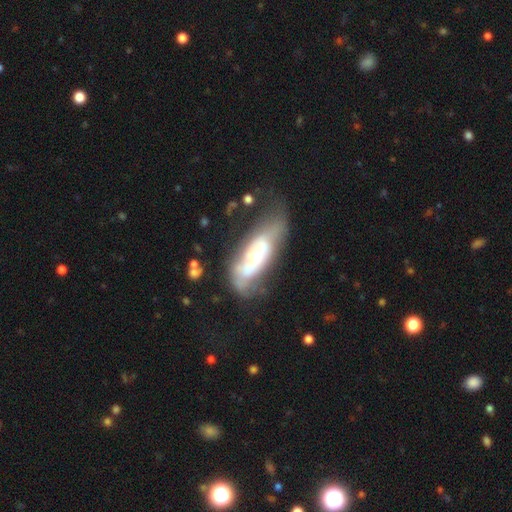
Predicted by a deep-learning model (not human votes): smooth_or_featured: featured or disk (p=0.64) [alt: smooth p=0.30]
disk_edge_on: no (p=0.86) [alt: yes p=0.14]
bar: no (p=0.75) [alt: weak p=0.18]
has_spiral_arms: yes (p=0.53) [alt: no p=0.47]
bulge_size: moderate (p=0.58) [alt: small p=0.30]
merging: none (p=0.36) [alt: major disturbance p=0.28]